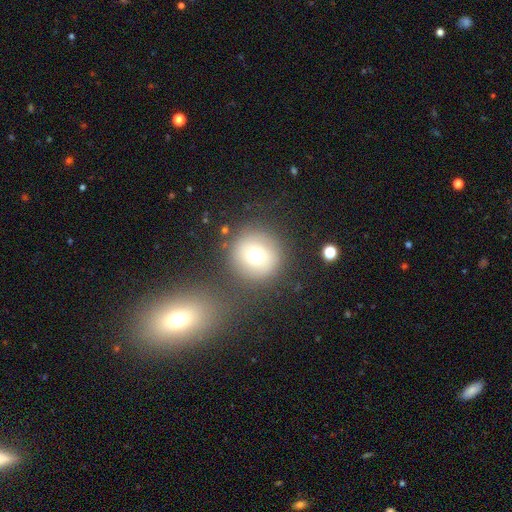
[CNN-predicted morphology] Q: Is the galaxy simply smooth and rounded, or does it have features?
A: smooth — 71%.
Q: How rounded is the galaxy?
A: round — 94%.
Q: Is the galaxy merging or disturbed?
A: none — 78%.